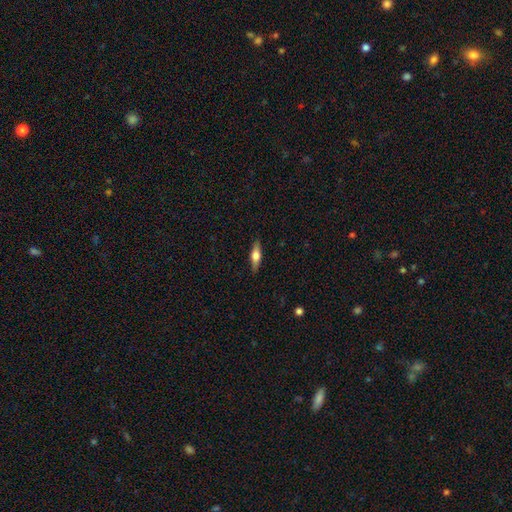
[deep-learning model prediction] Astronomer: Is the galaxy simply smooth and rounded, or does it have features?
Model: smooth — 50% (runner-up: featured or disk, 44%).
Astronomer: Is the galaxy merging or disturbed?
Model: none — 88%.